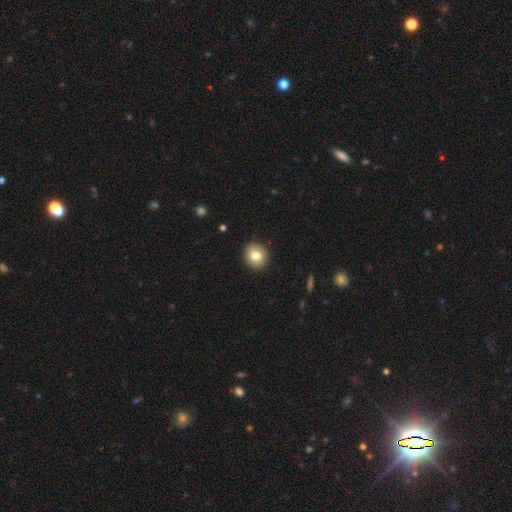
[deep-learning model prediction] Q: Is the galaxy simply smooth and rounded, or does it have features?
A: smooth — 79%.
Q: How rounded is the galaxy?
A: round — 80%.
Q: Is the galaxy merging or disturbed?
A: none — 91%.